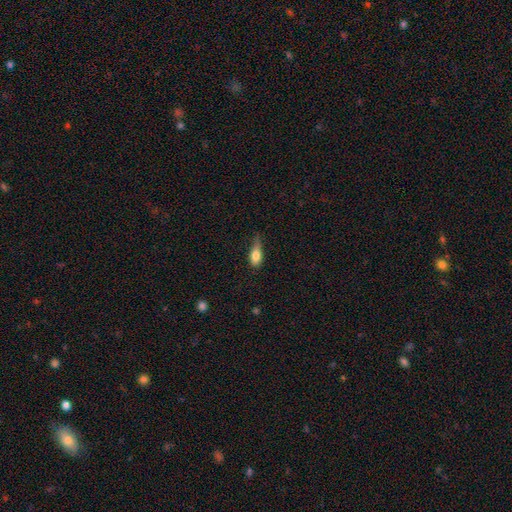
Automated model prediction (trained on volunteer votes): A smooth galaxy with no disk features (78%) that is in between round and cigar-shaped (74%).

Vote fractions:
- Smooth or featured? smooth: 78% / featured or disk: 14% / star or artifact: 8%
- How rounded? in between: 74% / cigar-shaped: 19% / round: 7%
- Merging? minor disturbance: 45% / none: 31% / major disturbance: 21% / merger: 3%